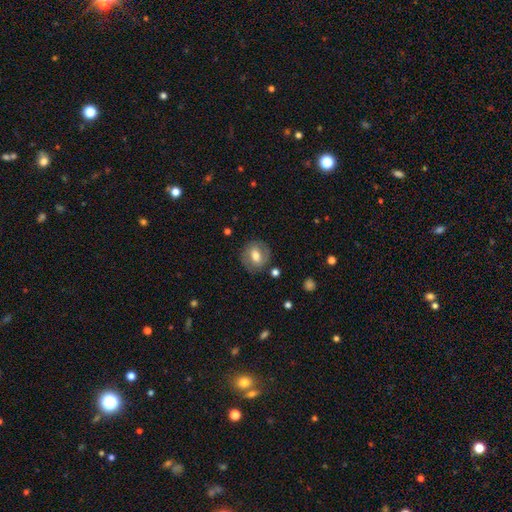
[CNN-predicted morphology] Overall: smooth (56%; featured or disk 36%). How rounded: round (68%; in between 31%). Merging: none (80%).